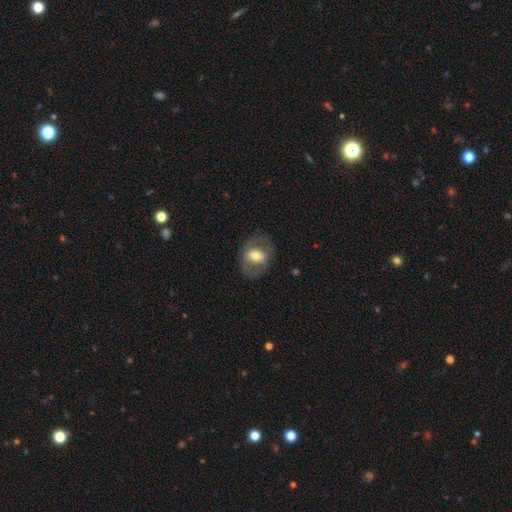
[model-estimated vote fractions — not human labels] This appears to be a smooth galaxy with no disk features (49%). Merging: none (73%).